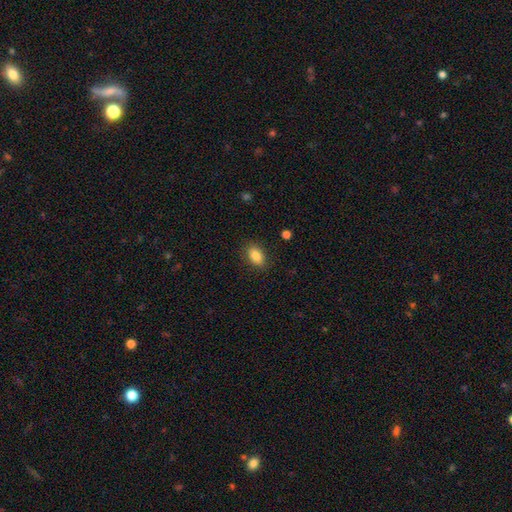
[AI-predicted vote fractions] Q: Smooth or featured?
A: smooth (86%); runner-up: star or artifact (8%)
Q: How rounded?
A: in between (86%); runner-up: round (12%)
Q: Merging?
A: none (86%); runner-up: minor disturbance (10%)